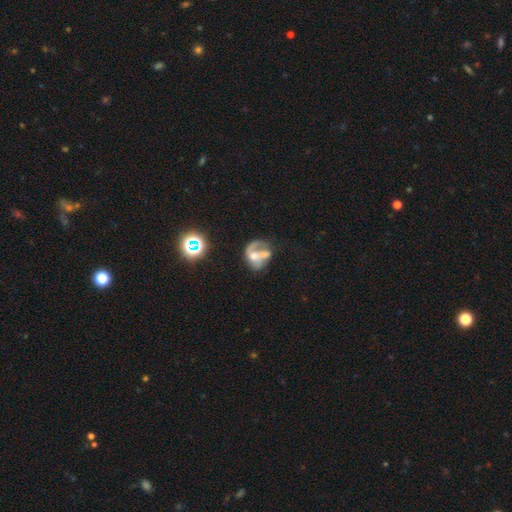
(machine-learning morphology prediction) smooth-or-featured: featured or disk: 64% | smooth: 23% | star or artifact: 13%
  disk-edge-on: no: 98% | yes: 2%
    bar: no: 65% | weak: 26% | strong: 9%
    has-spiral-arms: yes: 63% | no: 37%
    bulge-size: moderate: 47% | small: 27% | none: 16% | large: 8% | dominant: 2%
  merging: major disturbance: 35% | none: 27% | merger: 21% | minor disturbance: 17%